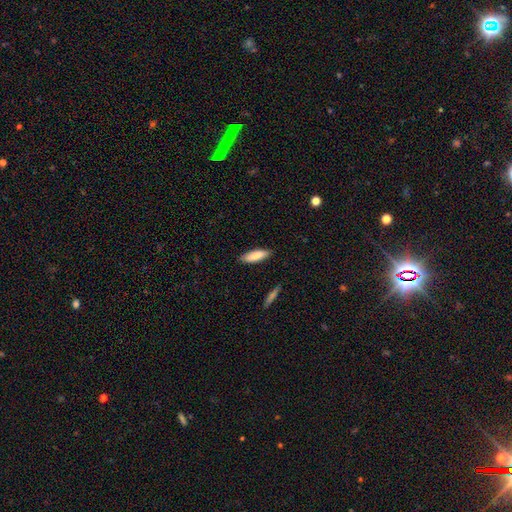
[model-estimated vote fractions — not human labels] Morphology: type=smooth (85%); roundness=cigar-shaped (50%); merging=none (87%).